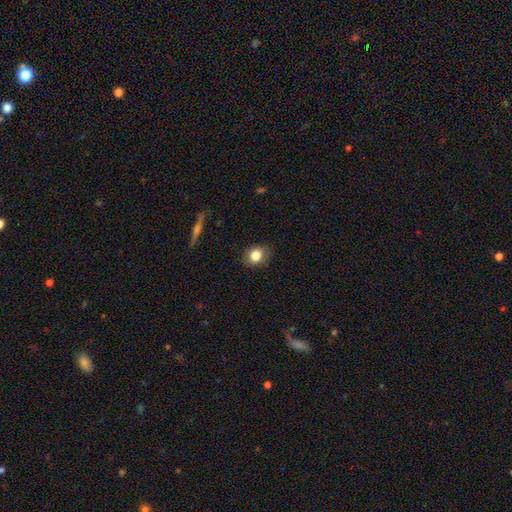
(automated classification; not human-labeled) smooth-or-featured: smooth: 83% | star or artifact: 10% | featured or disk: 8%
  how-rounded: round: 62% | in between: 36% | cigar-shaped: 1%
  merging: none: 86% | minor disturbance: 11% | major disturbance: 2% | merger: 1%